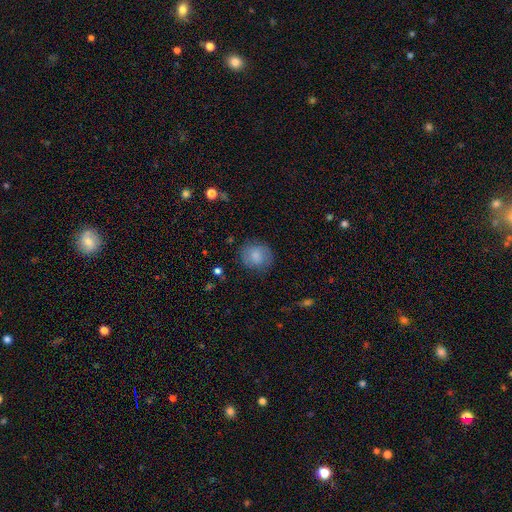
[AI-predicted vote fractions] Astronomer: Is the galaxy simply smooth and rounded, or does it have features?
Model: smooth — 80%.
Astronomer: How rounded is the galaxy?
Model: round — 82%.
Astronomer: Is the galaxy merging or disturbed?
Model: none — 77%.